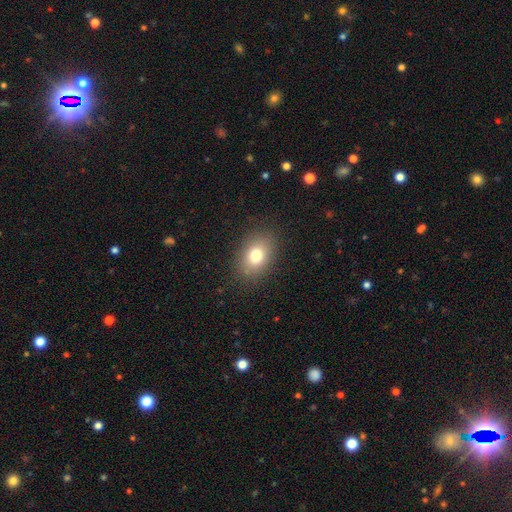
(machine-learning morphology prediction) Overall: smooth (78%). How rounded: in between (75%). Merging: none (86%).